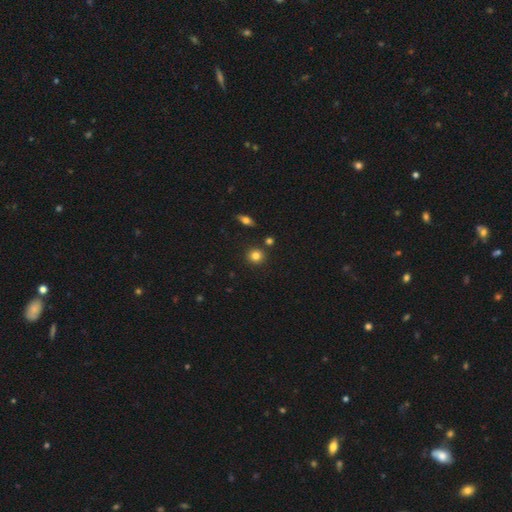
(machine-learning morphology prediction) smooth 81%, star or artifact 11%, featured or disk 8%. Down the decision tree: how rounded — round (90%); merging — none (86%).